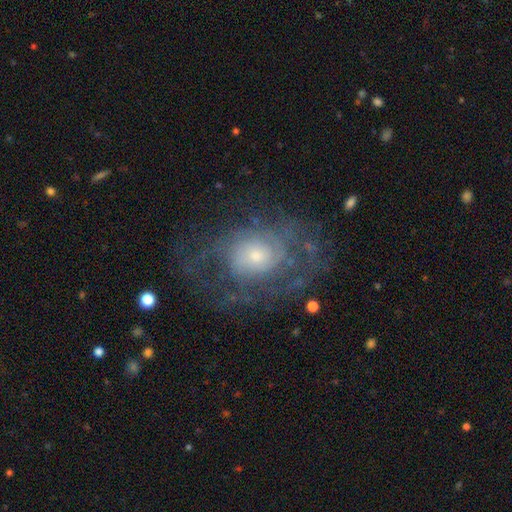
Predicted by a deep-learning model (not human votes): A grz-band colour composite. It shows a featured or disk galaxy (72%) with no bar (80%), tight (56%) spiral arms (76%) and a small central bulge (51%). Merging: none (62%).